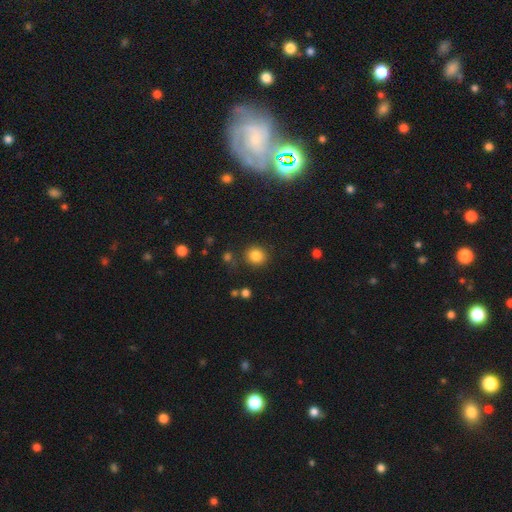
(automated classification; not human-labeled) smooth_or_featured: smooth (p=0.83) [alt: star or artifact p=0.11]
how_rounded: round (p=0.89) [alt: in between p=0.10]
merging: none (p=0.86) [alt: minor disturbance p=0.08]